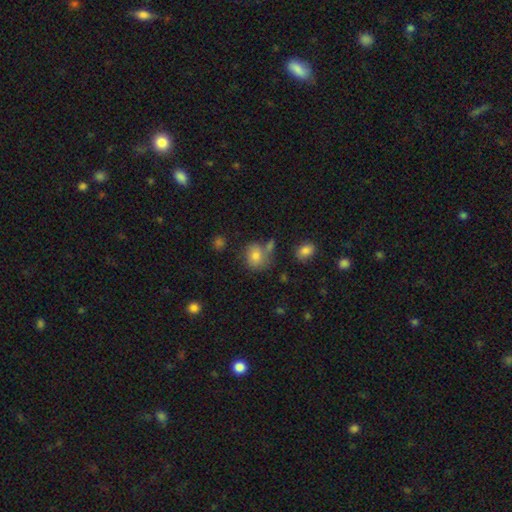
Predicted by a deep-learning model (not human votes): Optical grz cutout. It shows a smooth galaxy with no disk features (79%) that is round (71%). Merging: none (60%).